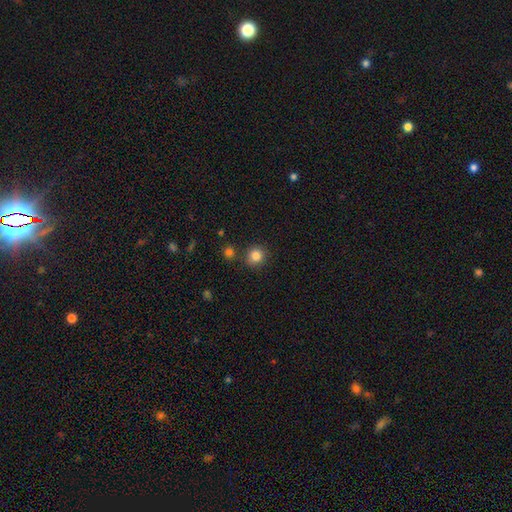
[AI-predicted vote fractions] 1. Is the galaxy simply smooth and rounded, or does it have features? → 84% smooth, 11% star or artifact, 5% featured or disk.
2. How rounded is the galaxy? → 91% round, 8% in between, 1% cigar-shaped.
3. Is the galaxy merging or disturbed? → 82% none, 8% minor disturbance, 7% merger, 3% major disturbance.